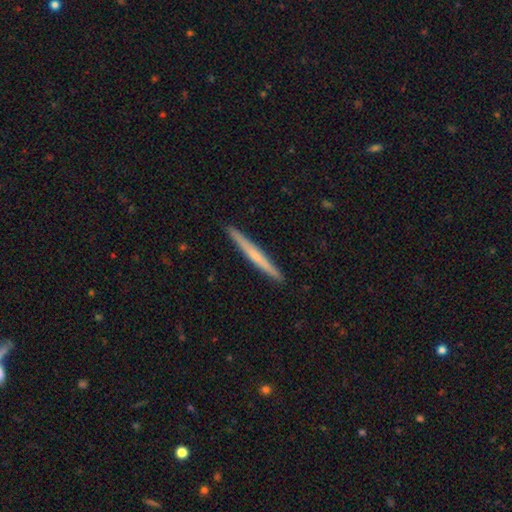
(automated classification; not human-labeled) A featured or disk galaxy (48%).

Vote fractions:
- Smooth or featured? featured or disk: 48% / smooth: 46% / star or artifact: 6%
- Merging? none: 93% / minor disturbance: 5% / major disturbance: 1% / merger: 1%